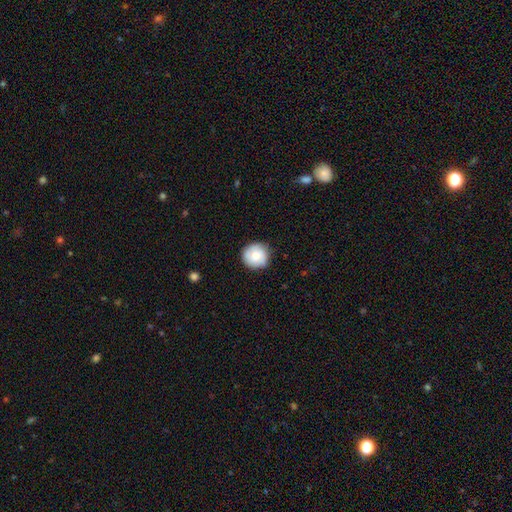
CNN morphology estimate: Smooth or featured? smooth (73%)
How rounded? round (93%)
Merging? none (84%)